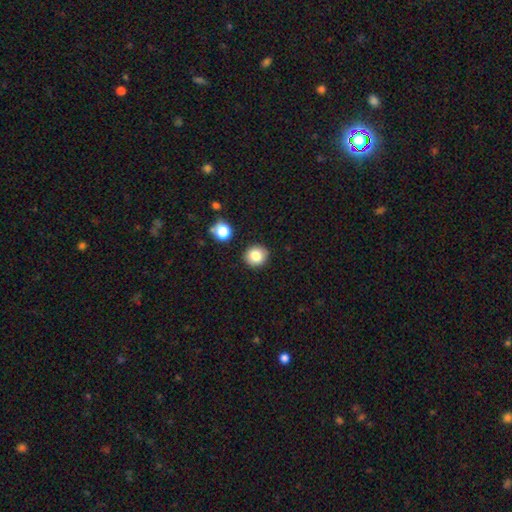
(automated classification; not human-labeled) Morphology: type=smooth (83%); roundness=round (90%); merging=none (90%).